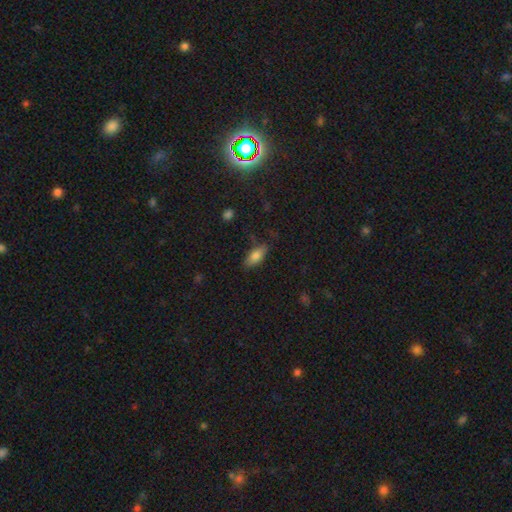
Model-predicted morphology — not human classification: Overall: smooth (79%). How rounded: in between (83%). Merging: none (75%).